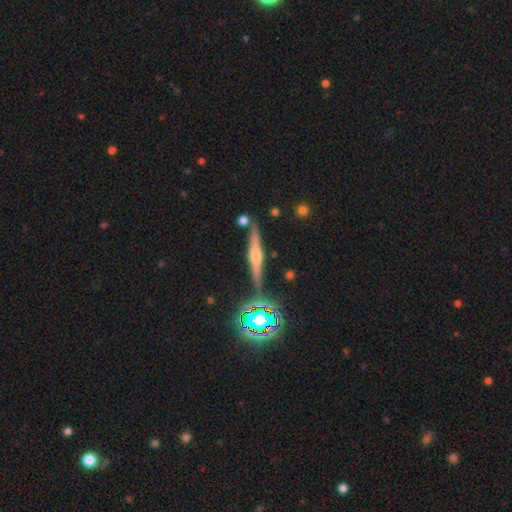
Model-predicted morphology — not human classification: Smooth or featured: featured or disk — 71% (smooth — 16%)
Edge-on disk: yes — 97% (no — 3%)
Edge-on bulge: rounded — 86% (boxy — 9%)
Merging: none — 85% (minor disturbance — 8%)